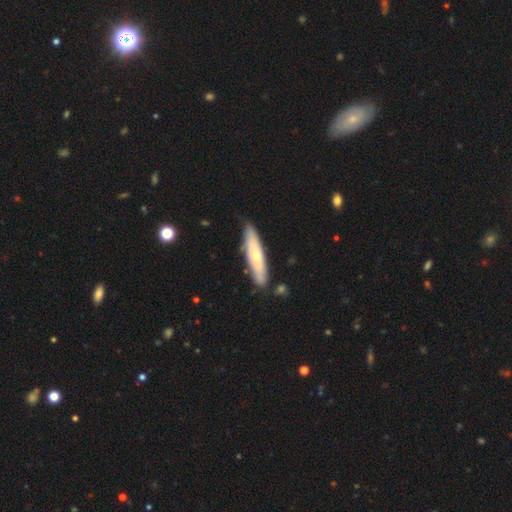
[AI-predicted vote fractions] Morphology: type=smooth (54%); roundness=cigar-shaped (81%); merging=none (84%).